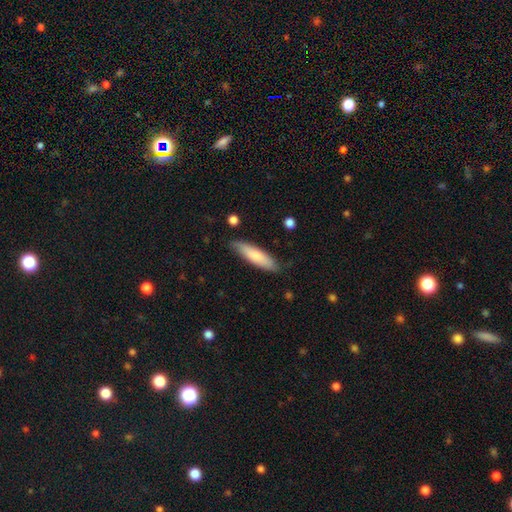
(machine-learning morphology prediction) Smooth or featured? Predicted: smooth (p=0.76). How rounded? Predicted: cigar-shaped (p=0.68). Merging? Predicted: none (p=0.80).